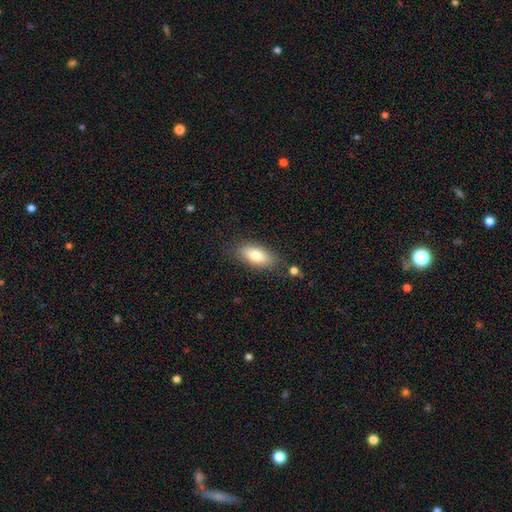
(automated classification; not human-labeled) Smooth or featured? smooth (76%)
How rounded? in between (82%)
Merging? none (80%)